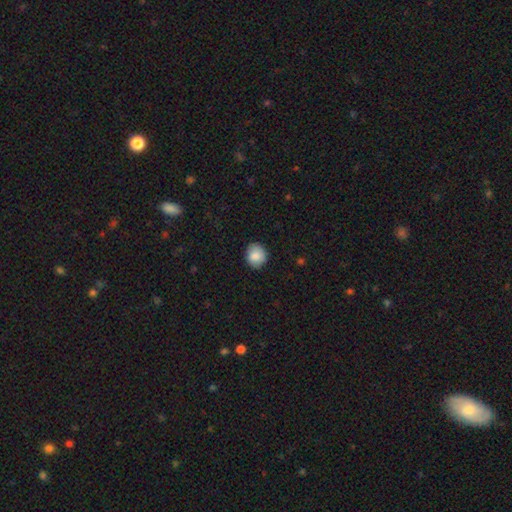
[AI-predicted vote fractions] Q: Smooth or featured?
A: smooth (87%); runner-up: star or artifact (8%)
Q: How rounded?
A: round (81%); runner-up: in between (18%)
Q: Merging?
A: none (88%); runner-up: minor disturbance (9%)